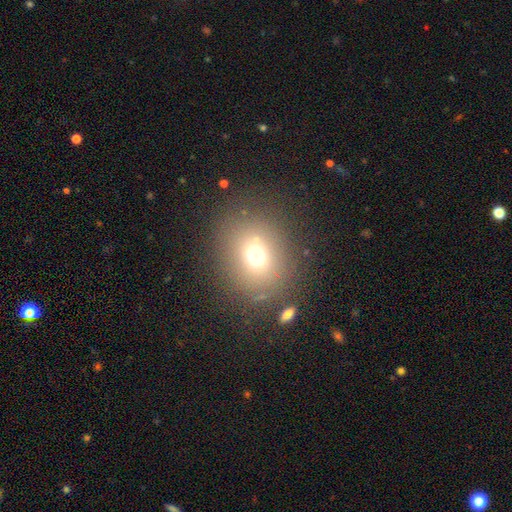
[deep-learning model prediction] Smooth or featured? smooth (69%)
How rounded? round (72%)
Merging? none (78%)